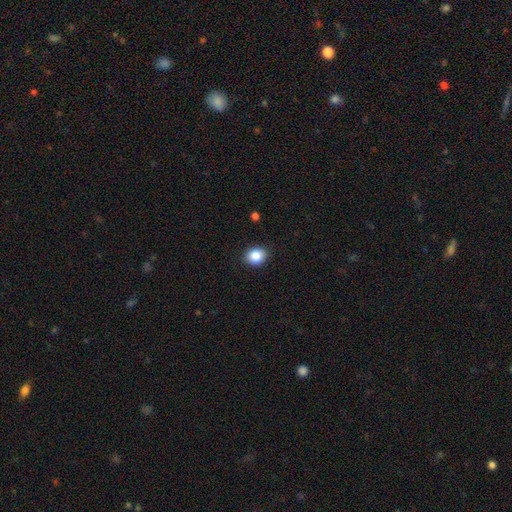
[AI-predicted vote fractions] Smooth or featured? smooth (86%)
How rounded? round (59%)
Merging? none (89%)